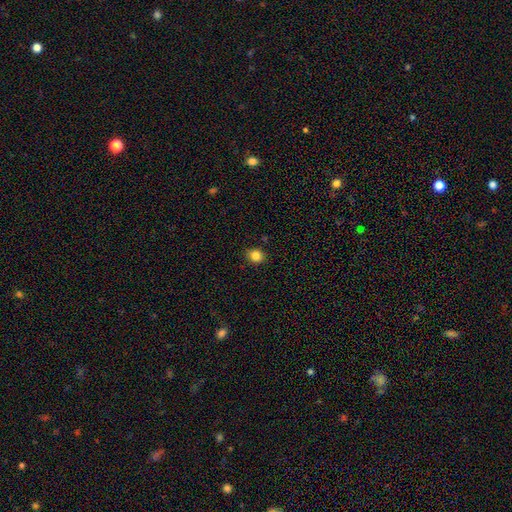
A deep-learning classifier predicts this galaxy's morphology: Smooth or featured? Predicted: smooth (p=0.84). How rounded? Predicted: round (p=0.74). Merging? Predicted: none (p=0.88).